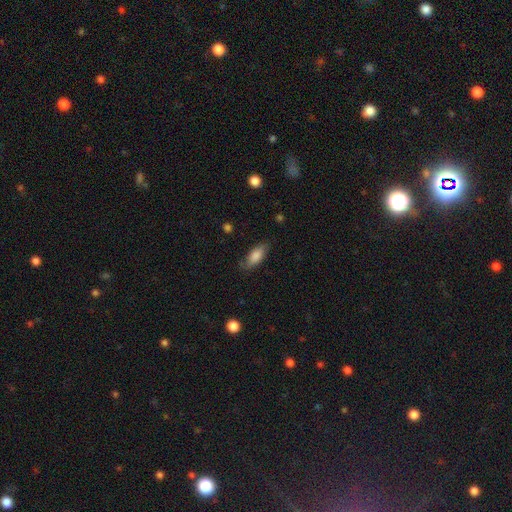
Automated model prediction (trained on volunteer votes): Smooth or featured? Predicted: smooth (p=0.80). How rounded? Predicted: in between (p=0.78). Merging? Predicted: none (p=0.77).